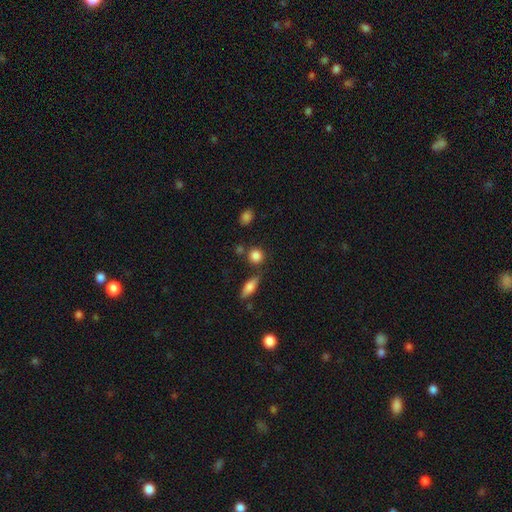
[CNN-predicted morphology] smooth 84%, star or artifact 10%, featured or disk 6%. Down the decision tree: how rounded — round (84%); merging — none (76%).